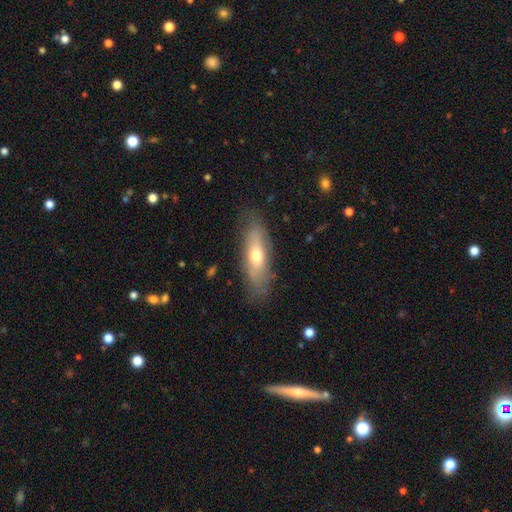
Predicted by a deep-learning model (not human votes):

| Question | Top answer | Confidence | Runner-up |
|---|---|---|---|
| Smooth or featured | smooth | 54% | featured or disk (39%) |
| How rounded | in between | 56% | cigar-shaped (41%) |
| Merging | none | 78% | minor disturbance (16%) |